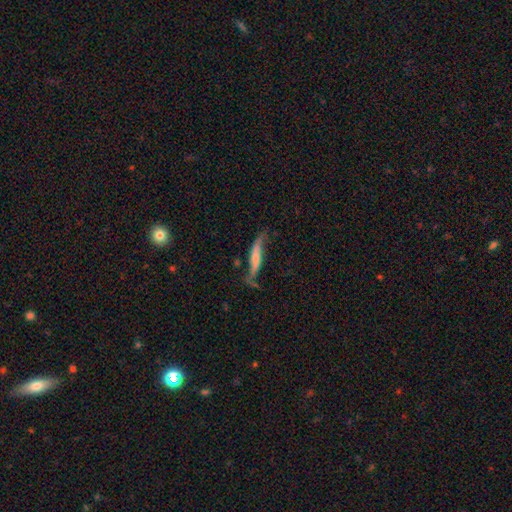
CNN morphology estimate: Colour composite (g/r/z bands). It shows a featured or disk galaxy (58%) viewed edge-on (57%). Merging: none (51%).